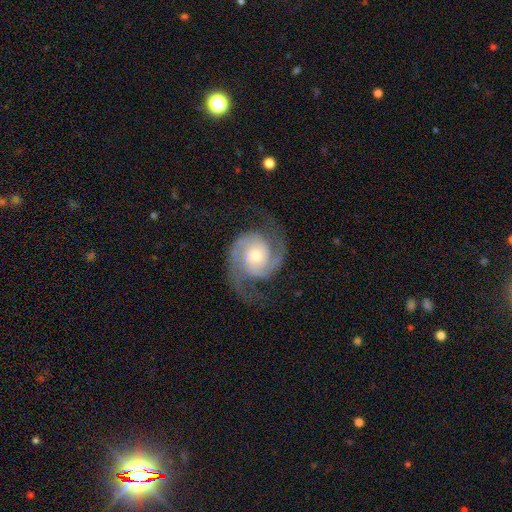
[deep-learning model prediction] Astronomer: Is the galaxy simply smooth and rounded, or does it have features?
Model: featured or disk — 92%.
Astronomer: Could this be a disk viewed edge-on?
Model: no — 98%.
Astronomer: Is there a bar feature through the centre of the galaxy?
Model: no — 71%.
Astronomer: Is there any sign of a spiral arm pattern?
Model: yes — 98%.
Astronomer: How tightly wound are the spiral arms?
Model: medium — 51% (runner-up: tight, 37%).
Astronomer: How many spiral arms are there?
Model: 2 — 91%.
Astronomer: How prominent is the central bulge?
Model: moderate — 52% (runner-up: small, 38%).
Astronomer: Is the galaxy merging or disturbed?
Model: none — 77%.